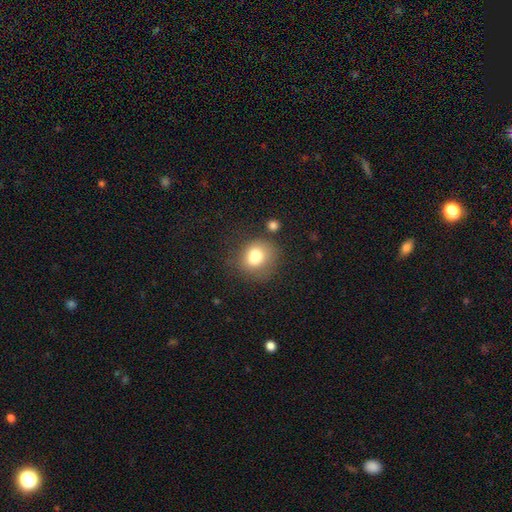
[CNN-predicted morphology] smooth 77%, featured or disk 13%, star or artifact 10%. Down the decision tree: how rounded — round (68%); merging — none (51%).